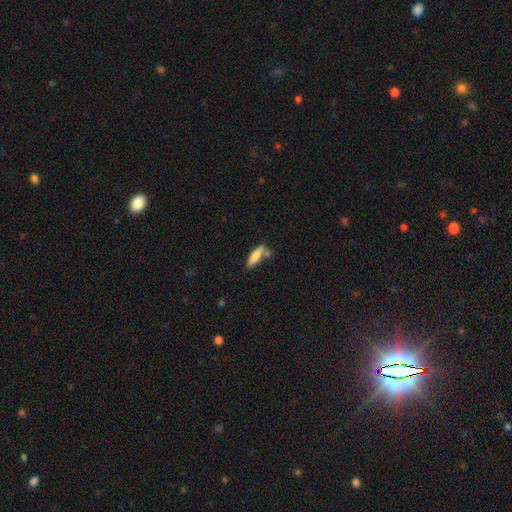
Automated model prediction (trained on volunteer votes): Morphology: type=smooth (79%); roundness=cigar-shaped (58%); merging=none (57%).